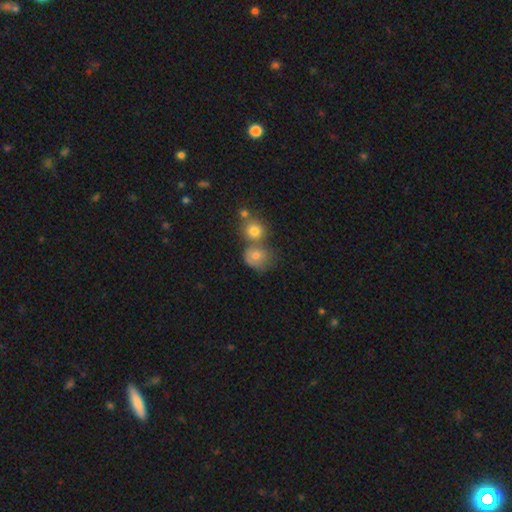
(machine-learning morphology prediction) The model was most divided on "merging": merger: 45%, none: 34%, minor disturbance: 14%, major disturbance: 7%. More confident: how rounded — round (71%); smooth or featured — smooth (67%).